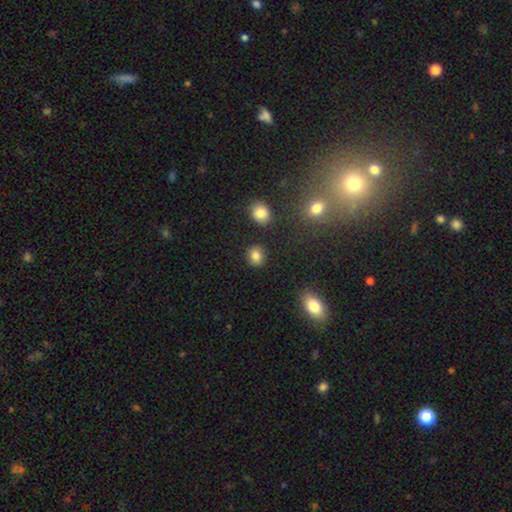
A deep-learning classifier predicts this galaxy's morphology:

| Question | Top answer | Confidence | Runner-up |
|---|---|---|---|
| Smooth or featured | smooth | 83% | star or artifact (11%) |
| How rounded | round | 67% | in between (32%) |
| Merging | none | 86% | minor disturbance (8%) |